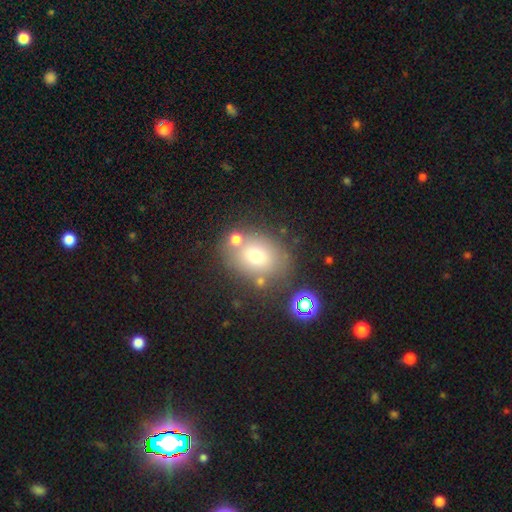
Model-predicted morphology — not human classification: Smooth or featured: smooth — 68% (featured or disk — 17%)
How rounded: in between — 55% (round — 44%)
Merging: none — 70% (minor disturbance — 13%)